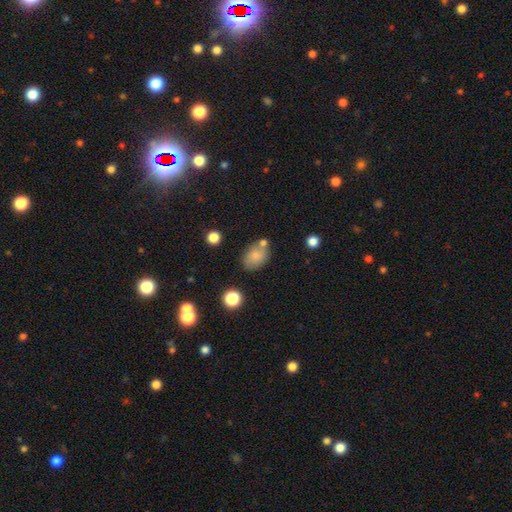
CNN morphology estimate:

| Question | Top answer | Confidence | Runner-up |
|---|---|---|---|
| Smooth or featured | smooth | 77% | featured or disk (13%) |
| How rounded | in between | 75% | round (24%) |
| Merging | none | 60% | minor disturbance (18%) |